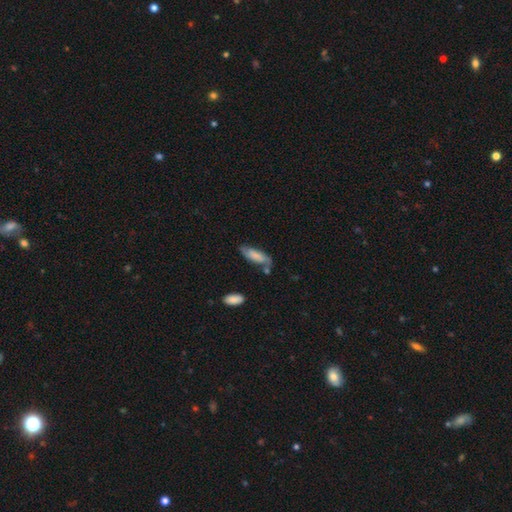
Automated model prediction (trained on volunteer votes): smooth 64%, featured or disk 29%, star or artifact 7%. Down the decision tree: how rounded — in between (63%); merging — none (60%).